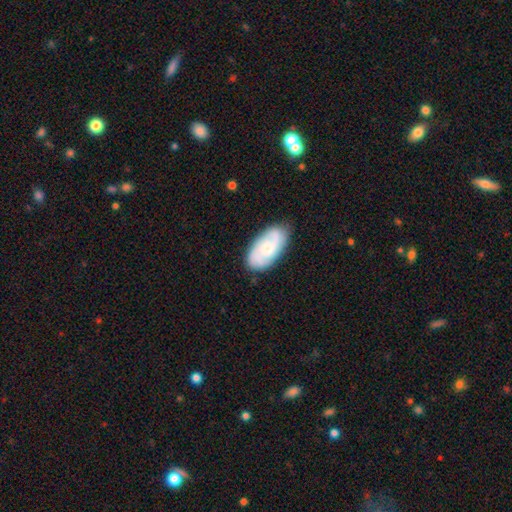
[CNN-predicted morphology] This appears to be a featured or disk galaxy (60%) with no bar (67%), 2 (49%) medium (44%) spiral arms (91%) and a small central bulge (56%). Merging: none (79%).